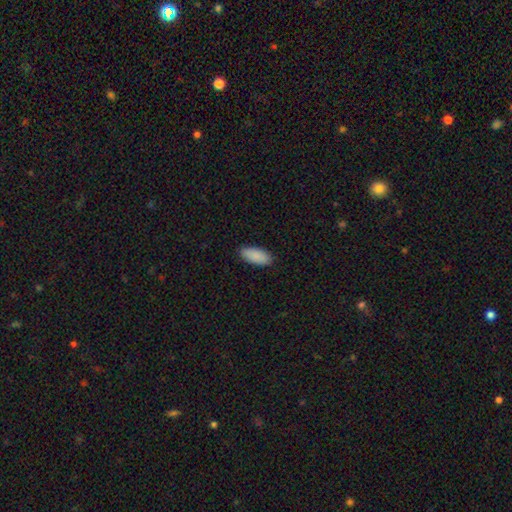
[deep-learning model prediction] A smooth galaxy with no disk features (90%) that is in between round and cigar-shaped (90%). Merging: none (88%).